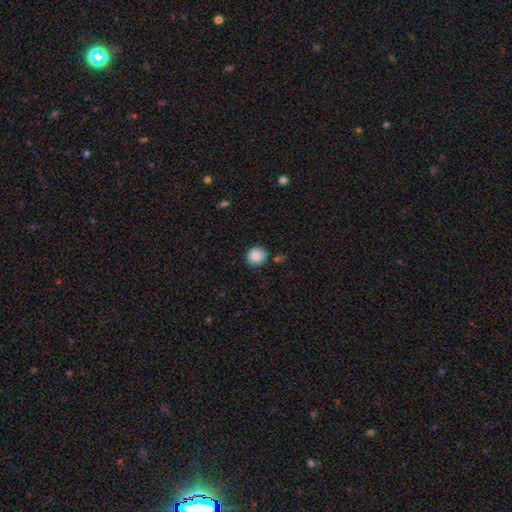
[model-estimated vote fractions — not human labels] A smooth galaxy with no disk features (87%) that is round (89%).

Vote fractions:
- Smooth or featured? smooth: 87% / star or artifact: 9% / featured or disk: 5%
- How rounded? round: 89% / in between: 10% / cigar-shaped: 1%
- Merging? none: 82% / minor disturbance: 13% / merger: 3% / major disturbance: 2%